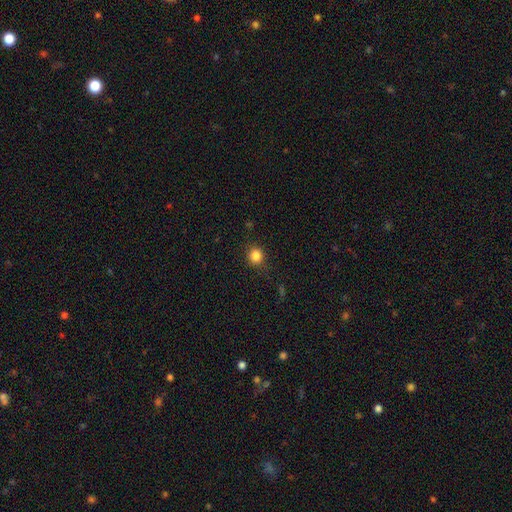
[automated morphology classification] This is clearly a smooth galaxy (84%). How rounded: clearly round (84%). Merging: clearly none (85%).